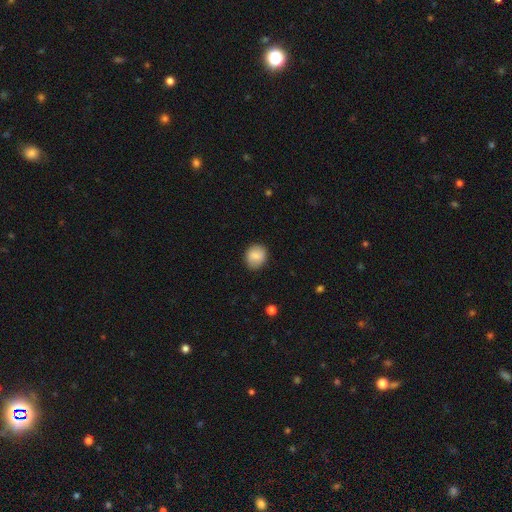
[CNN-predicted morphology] type=smooth (82%); roundness=round (74%); merging=none (86%).